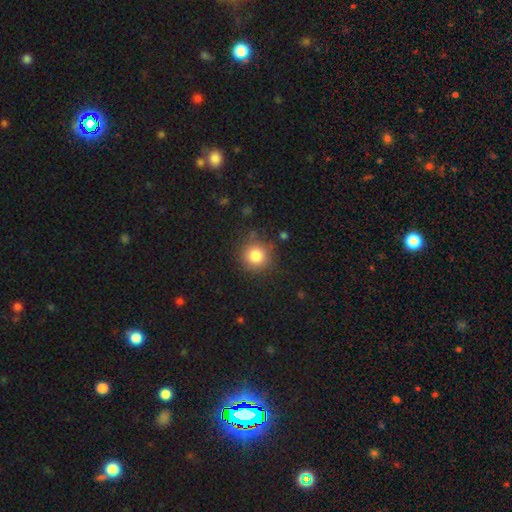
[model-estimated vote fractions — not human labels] smooth_or_featured: smooth (p=0.83) [alt: star or artifact p=0.11]
how_rounded: round (p=0.93) [alt: in between p=0.06]
merging: none (p=0.84) [alt: minor disturbance p=0.10]